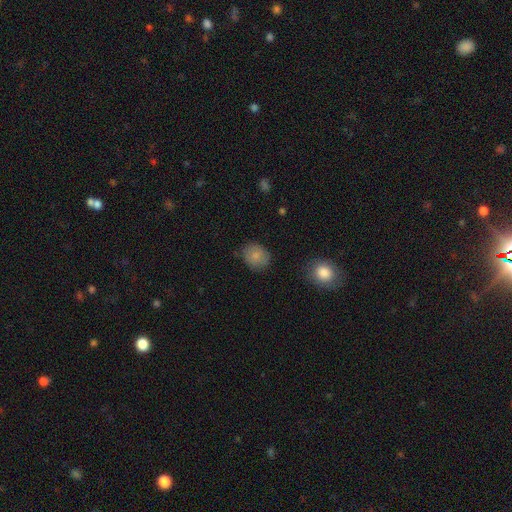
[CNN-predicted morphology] Q: Smooth or featured?
A: smooth (82%); runner-up: featured or disk (10%)
Q: How rounded?
A: round (65%); runner-up: in between (34%)
Q: Merging?
A: none (82%); runner-up: minor disturbance (14%)